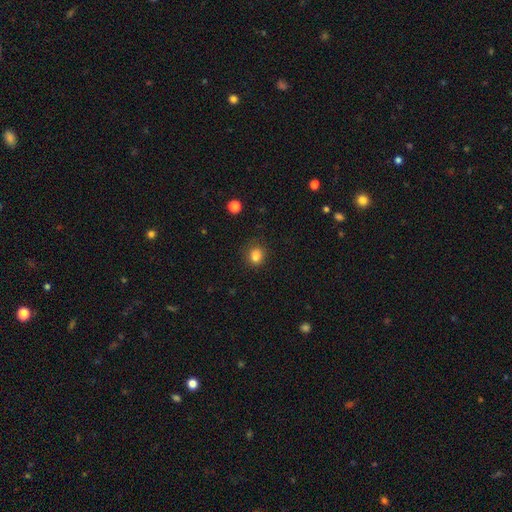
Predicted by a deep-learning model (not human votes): Smooth or featured? Predicted: smooth (p=0.84). How rounded? Predicted: round (p=0.64). Merging? Predicted: none (p=0.78).